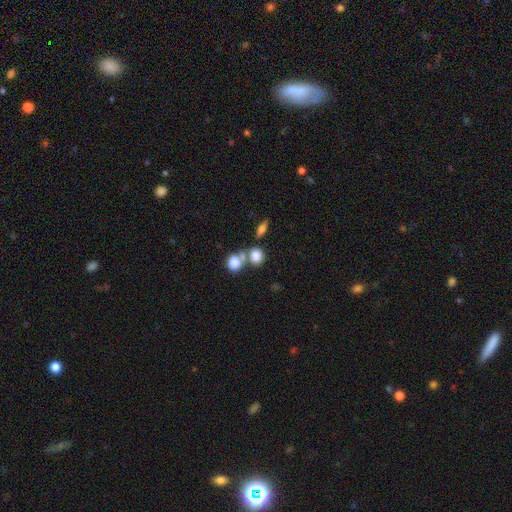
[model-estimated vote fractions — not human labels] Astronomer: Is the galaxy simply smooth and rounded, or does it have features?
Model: smooth — 79%.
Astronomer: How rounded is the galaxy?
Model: round — 67%.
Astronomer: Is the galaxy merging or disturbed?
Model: none — 44% (runner-up: merger, 42%).